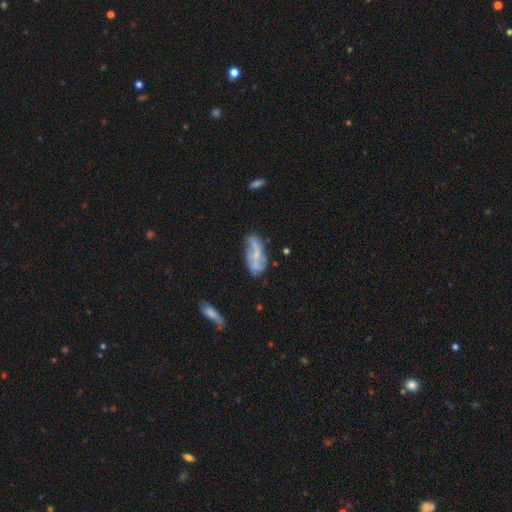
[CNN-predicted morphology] smooth-or-featured: featured or disk: 62% | smooth: 30% | star or artifact: 9%
  disk-edge-on: no: 90% | yes: 10%
    bar: no: 52% | weak: 35% | strong: 12%
    has-spiral-arms: yes: 73% | no: 27%
    bulge-size: small: 50% | none: 29% | moderate: 18% | large: 2% | dominant: 1%
  merging: none: 50% | minor disturbance: 27% | major disturbance: 16% | merger: 7%